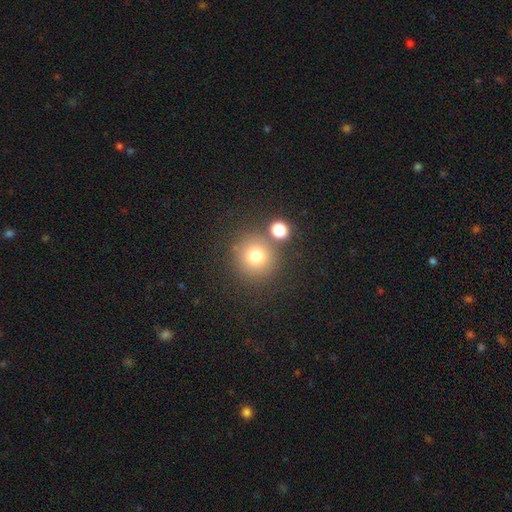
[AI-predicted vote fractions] Smooth or featured? Predicted: smooth (p=0.75). How rounded? Predicted: round (p=0.94). Merging? Predicted: none (p=0.76).